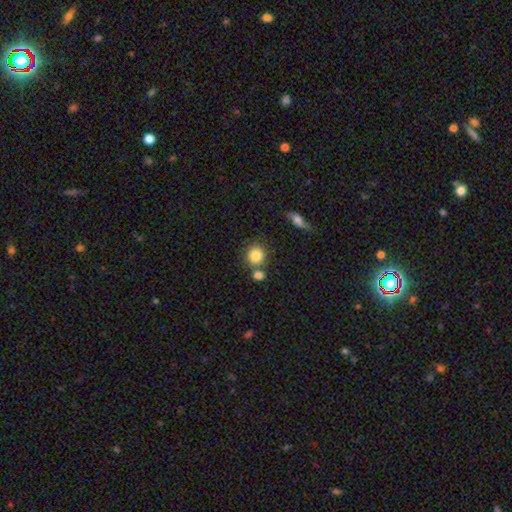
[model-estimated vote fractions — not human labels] A smooth galaxy with no disk features (83%) that is round (84%).

Vote fractions:
- Smooth or featured? smooth: 83% / star or artifact: 9% / featured or disk: 8%
- How rounded? round: 84% / in between: 14% / cigar-shaped: 1%
- Merging? none: 64% / merger: 22% / minor disturbance: 11% / major disturbance: 4%